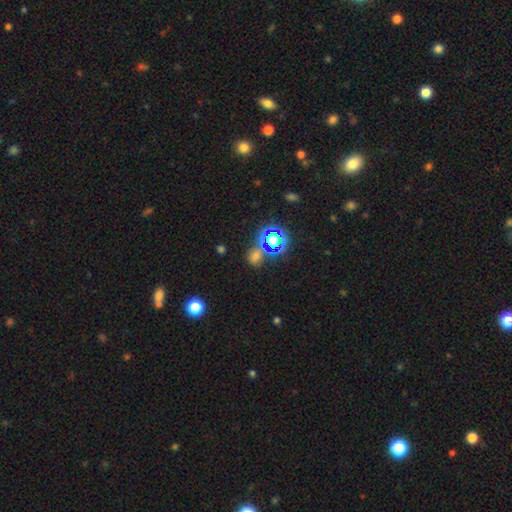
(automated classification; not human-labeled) Smooth or featured? smooth (49%)
Merging? none (62%)